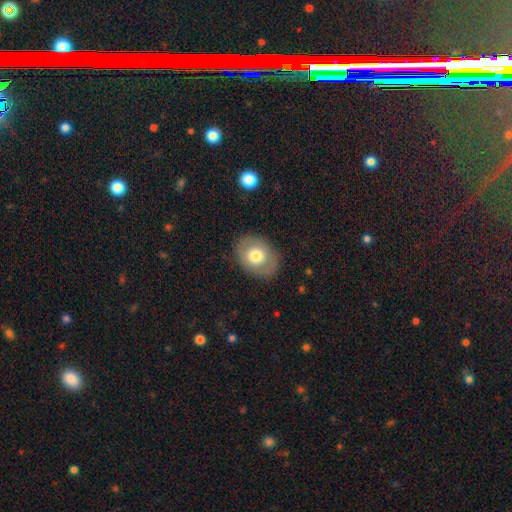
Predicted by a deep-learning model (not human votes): Overall: smooth (67%). How rounded: in between (60%; round 39%). Merging: none (85%).